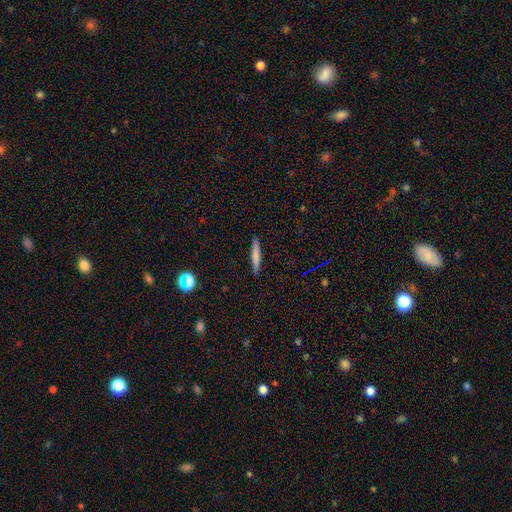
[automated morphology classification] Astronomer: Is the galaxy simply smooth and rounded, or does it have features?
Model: smooth — 72%.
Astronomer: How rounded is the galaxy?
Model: cigar-shaped — 93%.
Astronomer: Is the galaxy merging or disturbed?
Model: none — 90%.